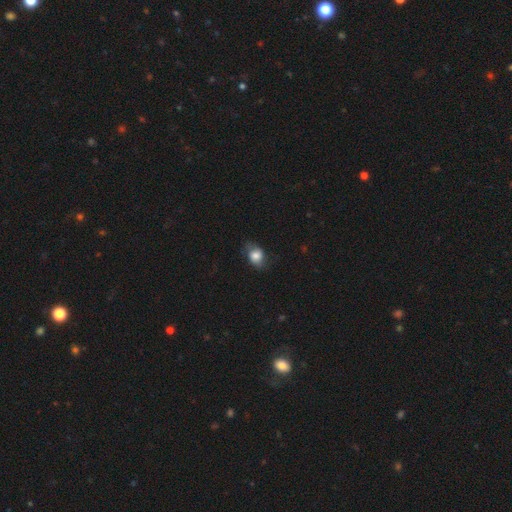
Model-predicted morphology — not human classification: A smooth galaxy with no disk features (74%) that is in between round and cigar-shaped (62%). Merging: none (66%).